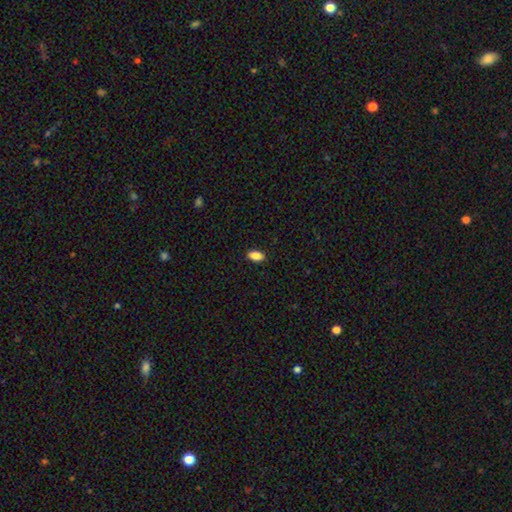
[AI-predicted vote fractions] Smooth or featured?
  - smooth: 88% *
  - star or artifact: 8%
  - featured or disk: 4%
How rounded?
  - in between: 91% *
  - cigar-shaped: 5%
  - round: 4%
Merging?
  - none: 89% *
  - minor disturbance: 8%
  - major disturbance: 2%
  - merger: 1%